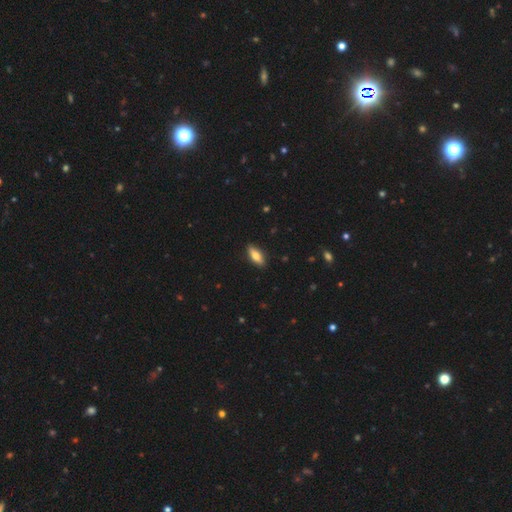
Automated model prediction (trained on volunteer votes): Morphology: type=smooth (71%); roundness=in between (71%); merging=none (88%).